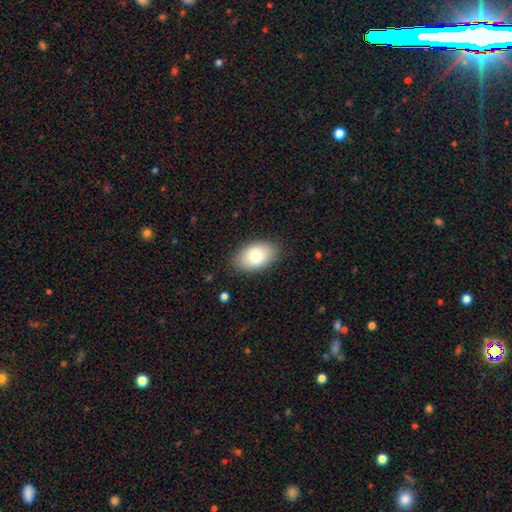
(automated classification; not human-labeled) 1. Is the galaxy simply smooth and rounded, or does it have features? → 83% smooth, 10% featured or disk, 7% star or artifact.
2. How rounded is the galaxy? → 92% in between, 6% round, 1% cigar-shaped.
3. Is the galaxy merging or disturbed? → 85% none, 11% minor disturbance, 3% major disturbance, 1% merger.